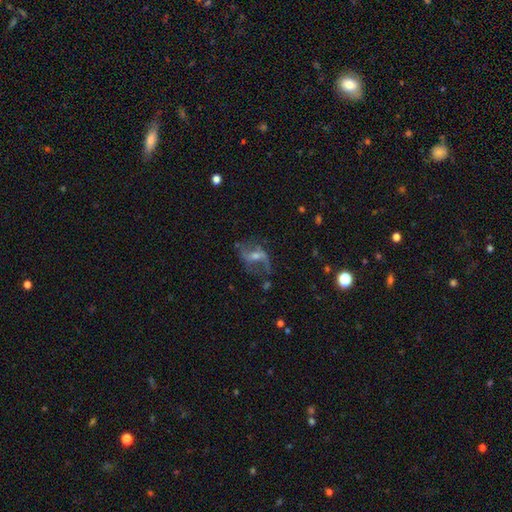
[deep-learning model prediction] This appears to be a featured or disk galaxy (76%) with a weak bar (44%), 2 (81%) loose (67%) spiral arms (85%) and a moderate central bulge (48%). Merging: none (55%).